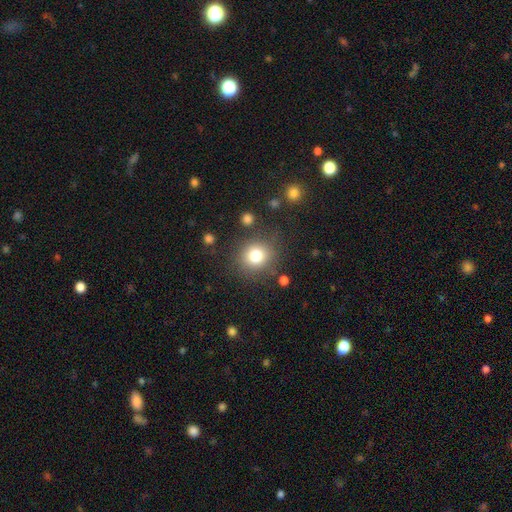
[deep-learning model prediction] This appears to be a smooth galaxy with no disk features (79%) that is round (86%). Merging: none (82%).